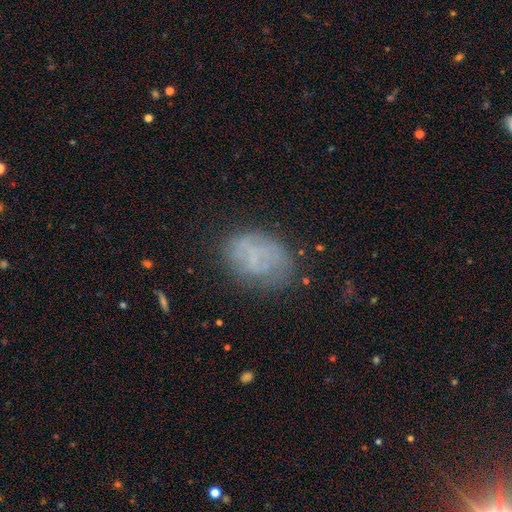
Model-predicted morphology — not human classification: A smooth galaxy with no disk features (49%). Merging: none (64%).